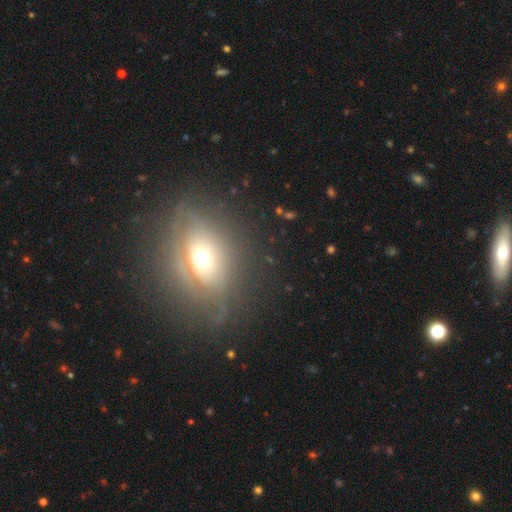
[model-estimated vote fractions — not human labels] The model was most divided on "smooth or featured" (2-way tie): smooth: 39%, featured or disk: 39%, star or artifact: 22%. More confident: merging — none (83%).